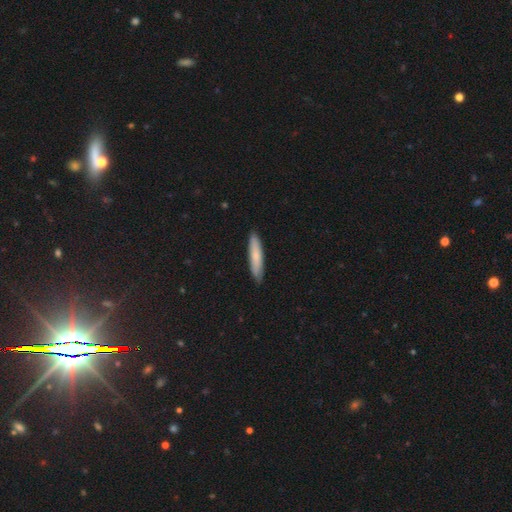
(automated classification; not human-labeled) This appears to be a smooth galaxy with no disk features (72%) that is cigar-shaped (85%). Merging: none (88%).